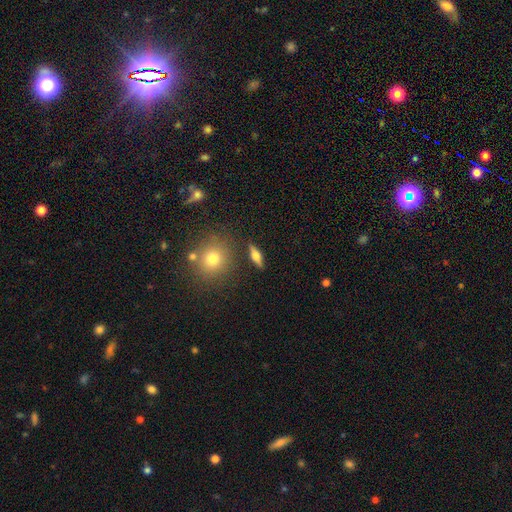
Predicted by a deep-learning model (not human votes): Smooth or featured?
  - smooth: 49% *
  - featured or disk: 41%
  - star or artifact: 9%
Merging?
  - none: 87% *
  - minor disturbance: 8%
  - major disturbance: 3%
  - merger: 3%